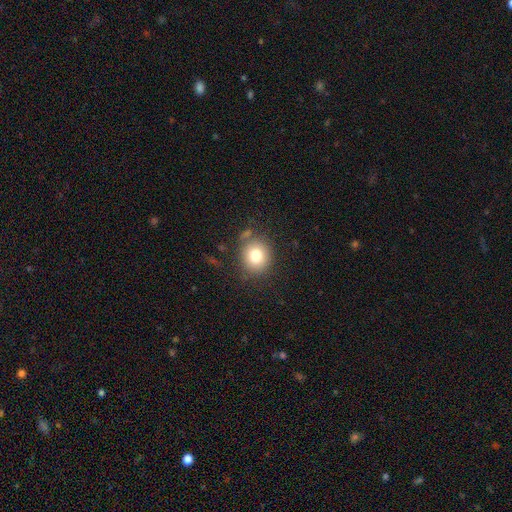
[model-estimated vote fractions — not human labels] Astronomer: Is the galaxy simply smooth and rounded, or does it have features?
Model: smooth — 79%.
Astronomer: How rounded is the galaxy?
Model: round — 79%.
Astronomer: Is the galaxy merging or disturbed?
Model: none — 78%.